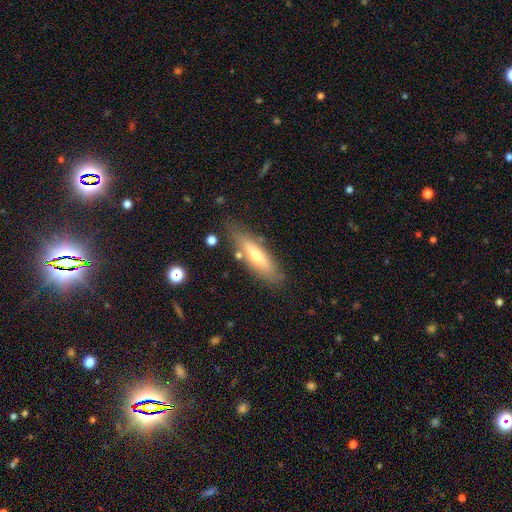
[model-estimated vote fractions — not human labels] A smooth galaxy with no disk features (52%) that is cigar-shaped (67%).

Vote fractions:
- Smooth or featured? smooth: 52% / featured or disk: 41% / star or artifact: 8%
- How rounded? cigar-shaped: 67% / in between: 31% / round: 2%
- Merging? none: 78% / minor disturbance: 15% / merger: 4% / major disturbance: 3%